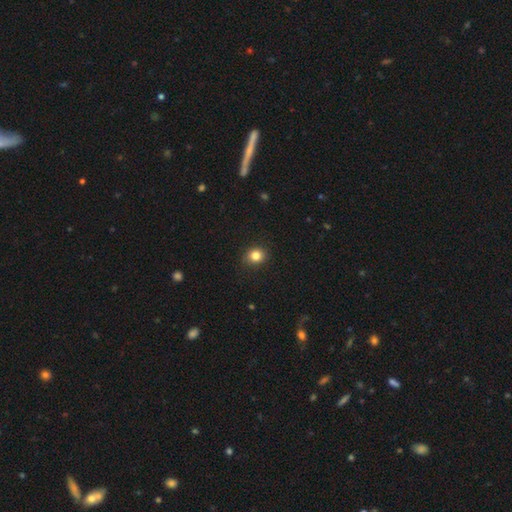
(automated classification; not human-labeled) Smooth or featured: smooth — 83% (star or artifact — 11%)
How rounded: round — 74% (in between — 25%)
Merging: none — 86% (minor disturbance — 10%)